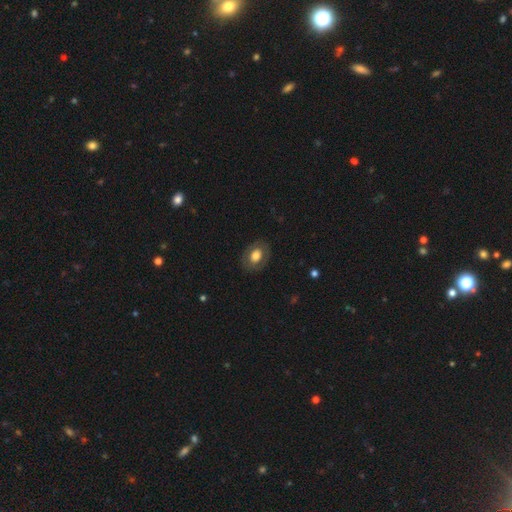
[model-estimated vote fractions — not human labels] smooth_or_featured: smooth (p=0.69) [alt: featured or disk p=0.24]
how_rounded: in between (p=0.65) [alt: round p=0.34]
merging: none (p=0.83) [alt: minor disturbance p=0.11]